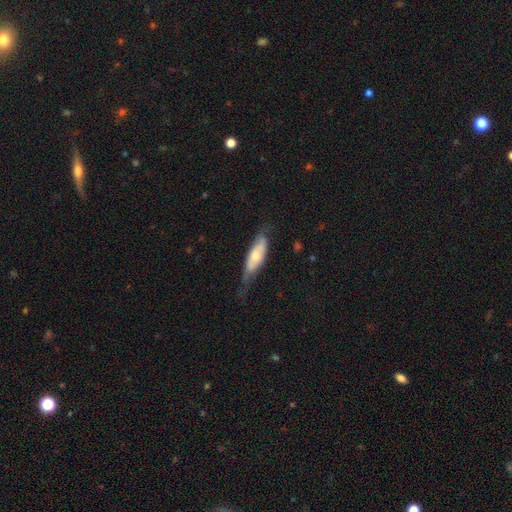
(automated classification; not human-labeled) This is possibly a smooth galaxy (54%). How rounded: possibly in between (56%). Merging: marginally none (43%).